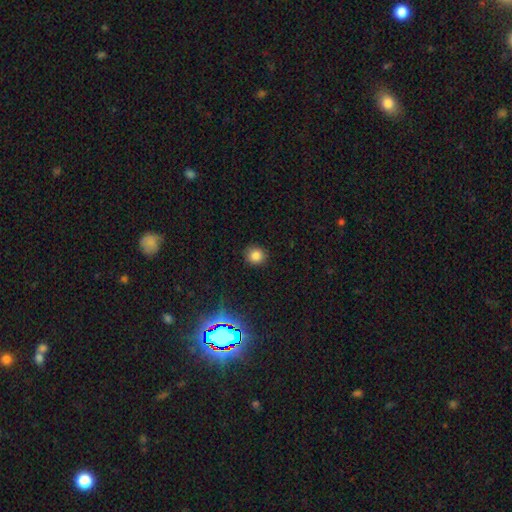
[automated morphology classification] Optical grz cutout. It shows a smooth galaxy with no disk features (81%) that is round (87%). Merging: none (89%).